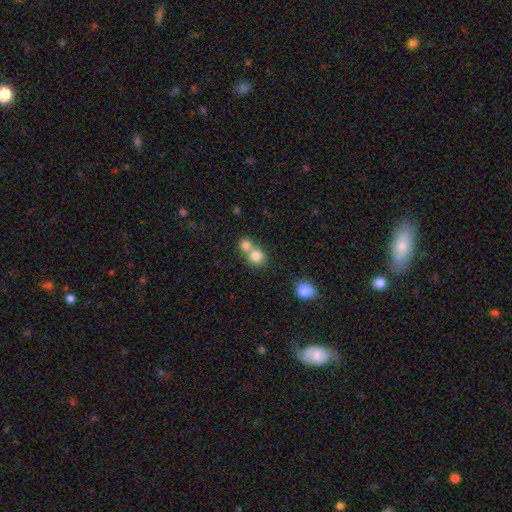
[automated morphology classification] This appears to be a smooth galaxy with no disk features (79%) that is round (83%). Merging: merger (58%).